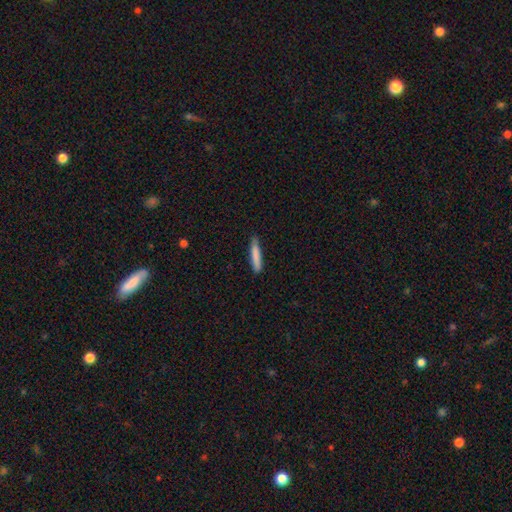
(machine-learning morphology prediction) A smooth galaxy with no disk features (82%) that is cigar-shaped (91%).

Vote fractions:
- Smooth or featured? smooth: 82% / featured or disk: 12% / star or artifact: 6%
- How rounded? cigar-shaped: 91% / in between: 8% / round: 1%
- Merging? none: 82% / minor disturbance: 14% / major disturbance: 2% / merger: 1%